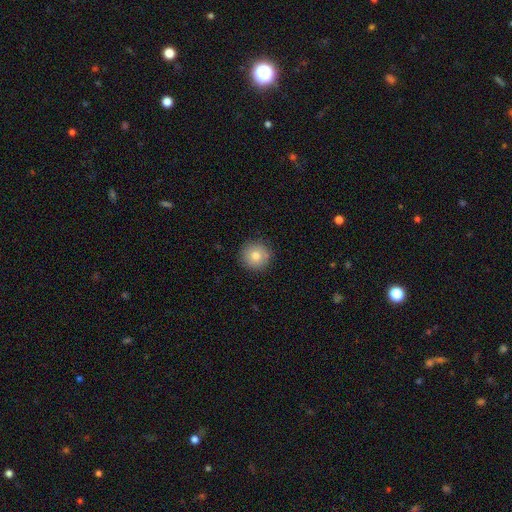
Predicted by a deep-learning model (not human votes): smooth 80%, featured or disk 10%, star or artifact 9%. Down the decision tree: how rounded — round (95%); merging — none (89%).